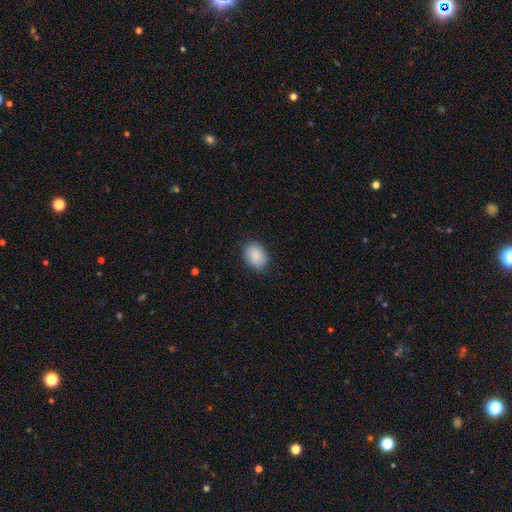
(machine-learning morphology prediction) Overall: smooth (88%). How rounded: in between (68%; round 31%). Merging: none (82%).